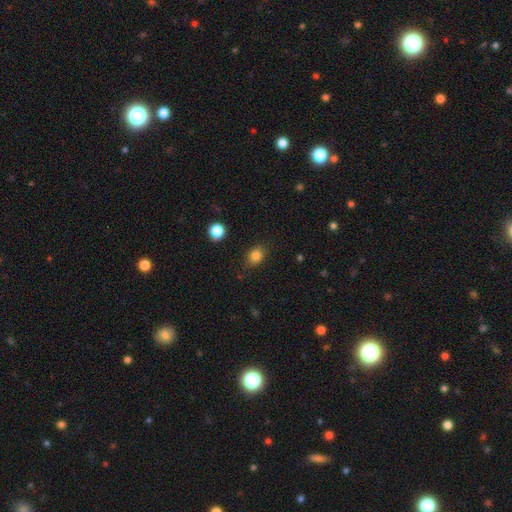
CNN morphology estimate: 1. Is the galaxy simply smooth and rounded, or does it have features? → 83% smooth, 11% star or artifact, 6% featured or disk.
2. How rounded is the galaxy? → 53% in between, 46% round, 1% cigar-shaped.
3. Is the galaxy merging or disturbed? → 79% none, 16% minor disturbance, 4% major disturbance, 2% merger.